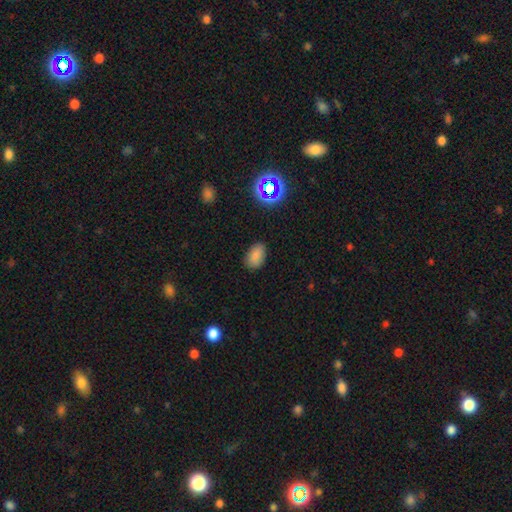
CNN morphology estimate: This is clearly a smooth galaxy (83%). How rounded: clearly in between (88%). Merging: clearly none (82%).